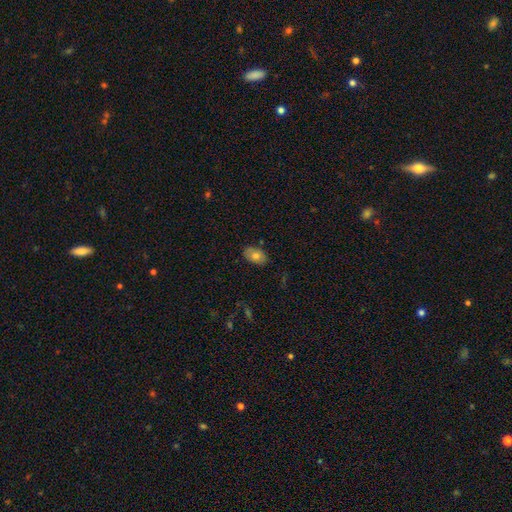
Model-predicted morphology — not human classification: Smooth or featured? smooth (76%)
How rounded? in between (89%)
Merging? none (82%)